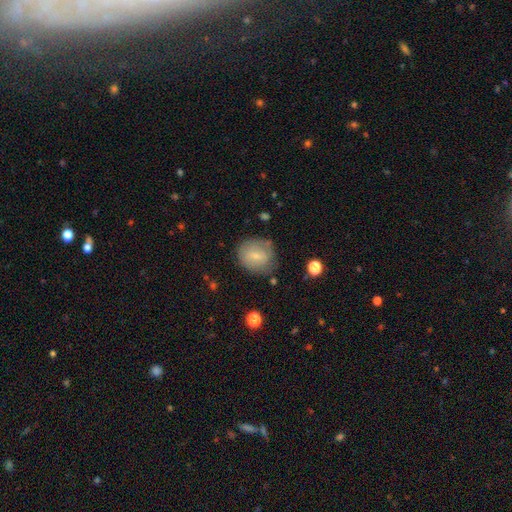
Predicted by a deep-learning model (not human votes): A smooth galaxy with no disk features (67%) that is round (67%).

Vote fractions:
- Smooth or featured? smooth: 67% / featured or disk: 25% / star or artifact: 8%
- How rounded? round: 67% / in between: 31% / cigar-shaped: 1%
- Merging? none: 70% / minor disturbance: 21% / major disturbance: 7% / merger: 2%